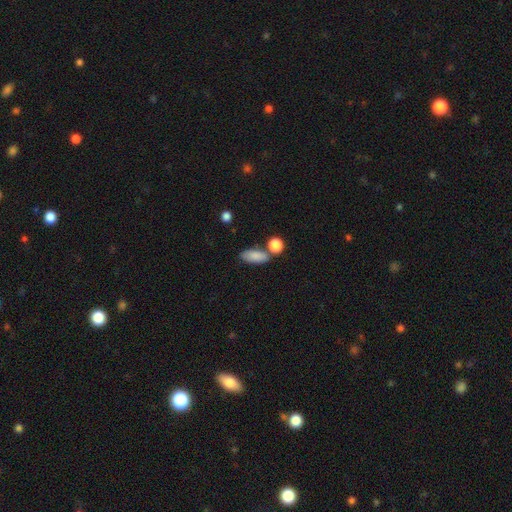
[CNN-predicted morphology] This appears to be a smooth galaxy with no disk features (84%) that is in between round and cigar-shaped (83%). Merging: none (62%).